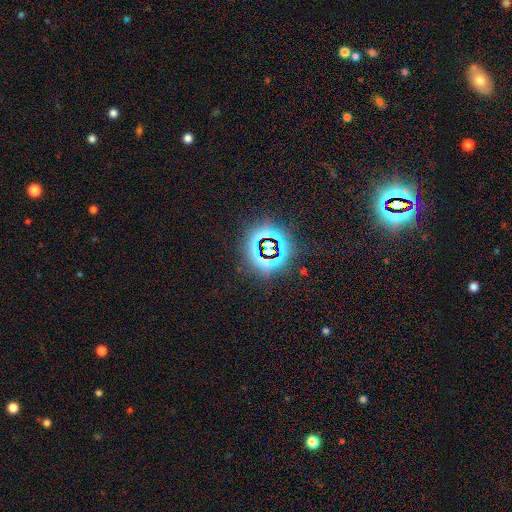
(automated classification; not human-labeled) smooth-or-featured: star or artifact: 79% | smooth: 13% | featured or disk: 8%